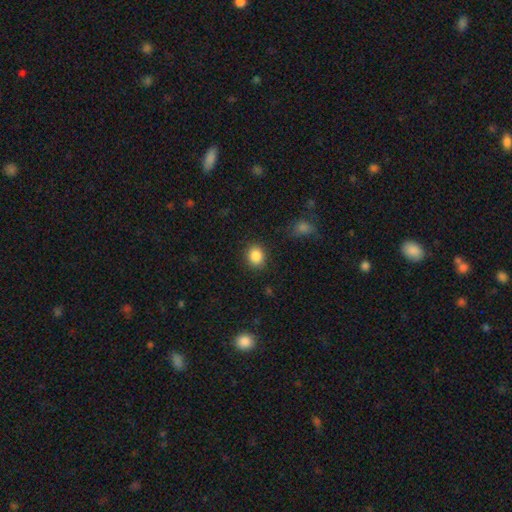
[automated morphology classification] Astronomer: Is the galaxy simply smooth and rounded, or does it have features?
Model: smooth — 87%.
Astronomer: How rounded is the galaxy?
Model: round — 67%.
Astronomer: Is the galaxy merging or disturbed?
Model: none — 88%.